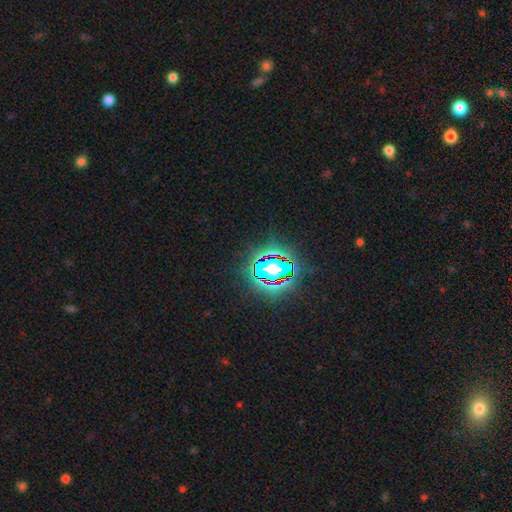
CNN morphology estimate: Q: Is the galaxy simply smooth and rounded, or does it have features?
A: star or artifact — 83%.